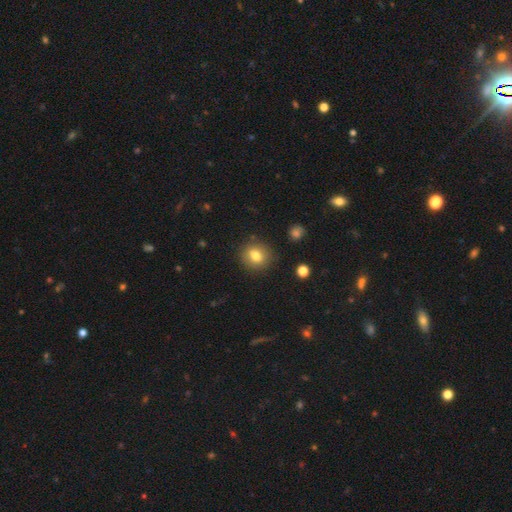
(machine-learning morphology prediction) smooth 79%, star or artifact 11%, featured or disk 11%. Down the decision tree: how rounded — round (79%); merging — none (86%).